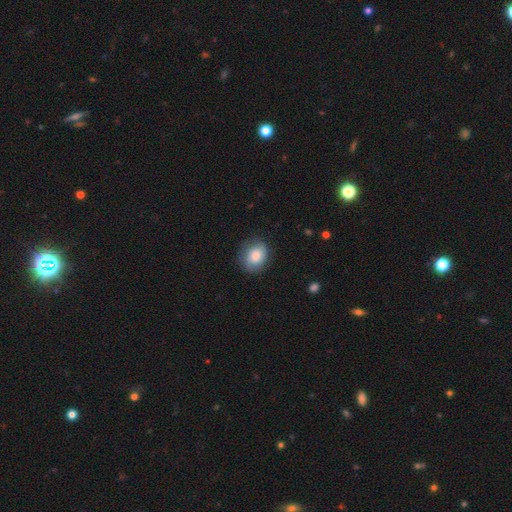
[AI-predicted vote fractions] Overall: smooth (80%). How rounded: round (54%; in between 45%). Merging: none (77%).